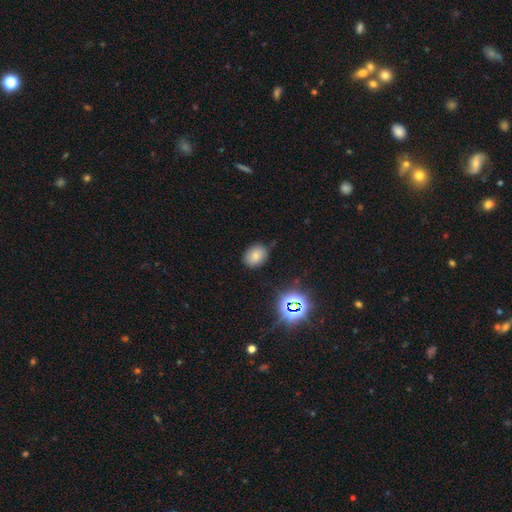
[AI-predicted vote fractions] Q: Smooth or featured?
A: smooth (75%); runner-up: star or artifact (16%)
Q: How rounded?
A: in between (62%); runner-up: round (37%)
Q: Merging?
A: none (80%); runner-up: minor disturbance (15%)